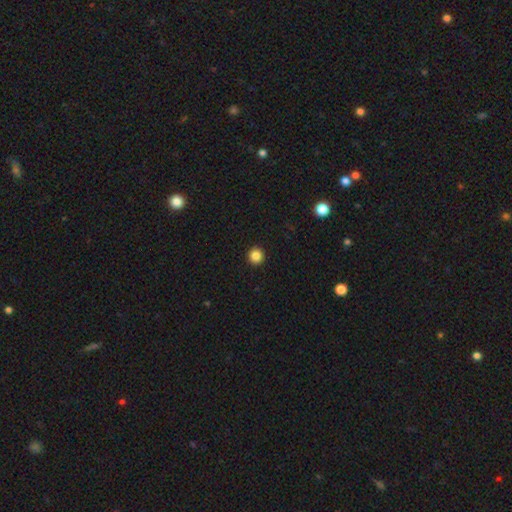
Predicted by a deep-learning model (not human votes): smooth_or_featured: smooth (p=0.85) [alt: star or artifact p=0.11]
how_rounded: round (p=0.96) [alt: in between p=0.03]
merging: none (p=0.94) [alt: minor disturbance p=0.04]